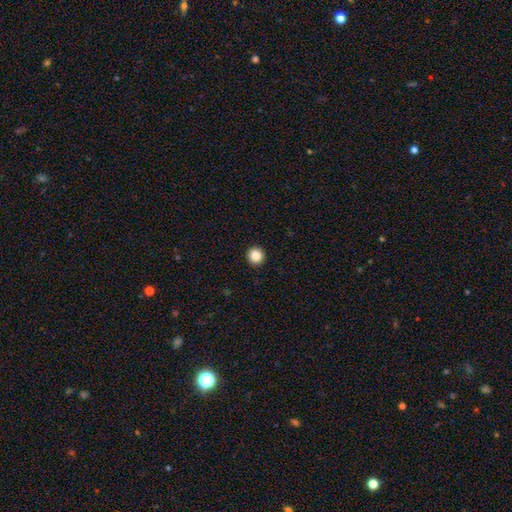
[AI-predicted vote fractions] Smooth or featured: smooth — 87% (star or artifact — 10%)
How rounded: round — 95% (in between — 4%)
Merging: none — 93% (minor disturbance — 4%)